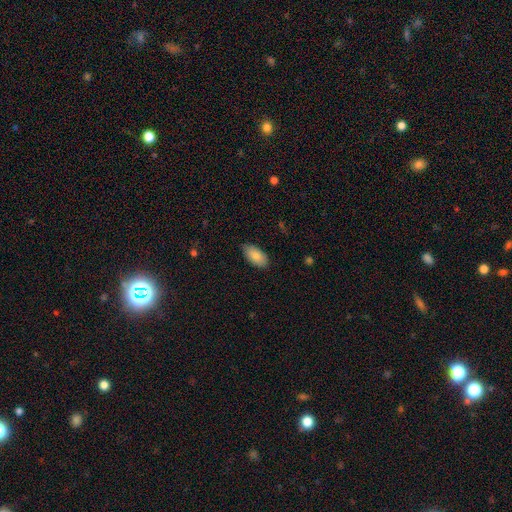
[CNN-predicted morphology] This is clearly a smooth galaxy (82%). How rounded: clearly in between (94%). Merging: clearly none (84%).